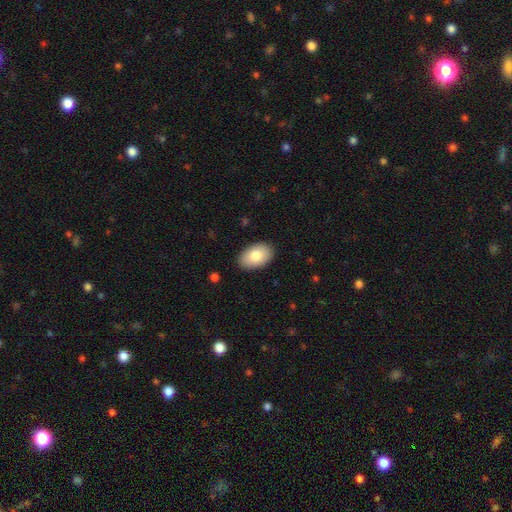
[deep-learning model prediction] smooth_or_featured: smooth (p=0.81) [alt: featured or disk p=0.13]
how_rounded: in between (p=0.92) [alt: round p=0.07]
merging: none (p=0.89) [alt: minor disturbance p=0.09]